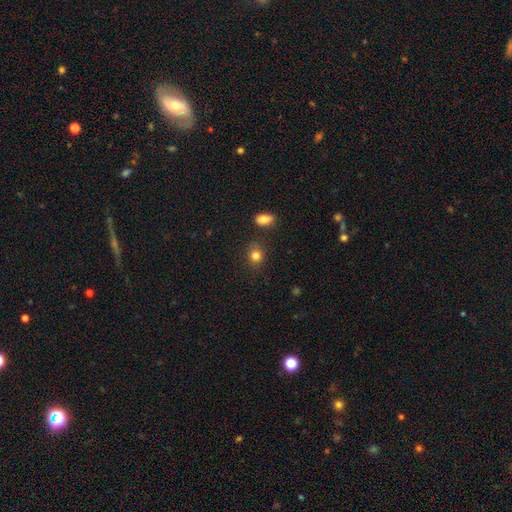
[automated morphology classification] A smooth galaxy with no disk features (83%) that is round (69%).

Vote fractions:
- Smooth or featured? smooth: 83% / star or artifact: 11% / featured or disk: 6%
- How rounded? round: 69% / in between: 30% / cigar-shaped: 1%
- Merging? none: 78% / minor disturbance: 14% / merger: 5% / major disturbance: 4%